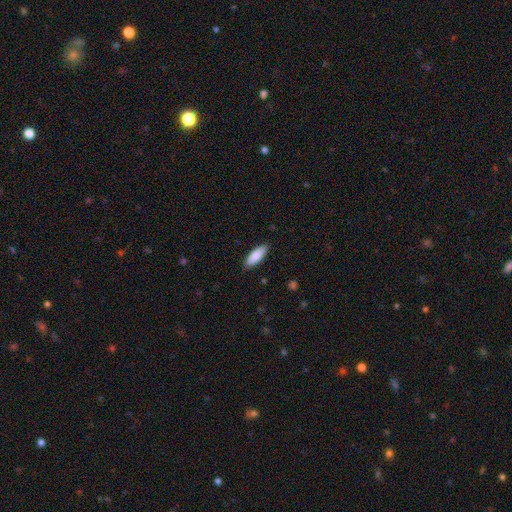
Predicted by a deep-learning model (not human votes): Smooth or featured: smooth — 87% (featured or disk — 7%)
How rounded: in between — 71% (cigar-shaped — 28%)
Merging: none — 87% (minor disturbance — 10%)